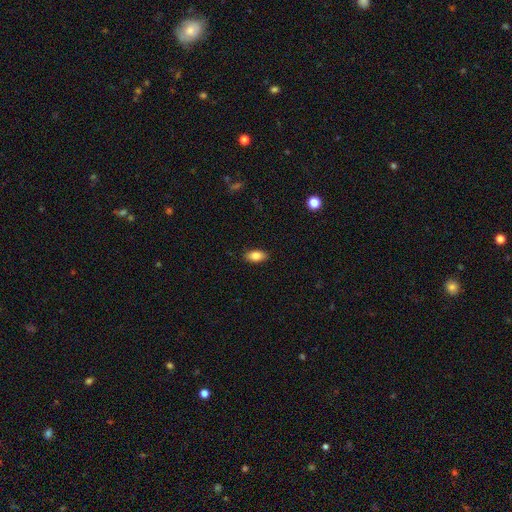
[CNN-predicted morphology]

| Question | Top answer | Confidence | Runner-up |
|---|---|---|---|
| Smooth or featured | smooth | 85% | featured or disk (8%) |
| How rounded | in between | 91% | round (4%) |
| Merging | none | 89% | minor disturbance (8%) |